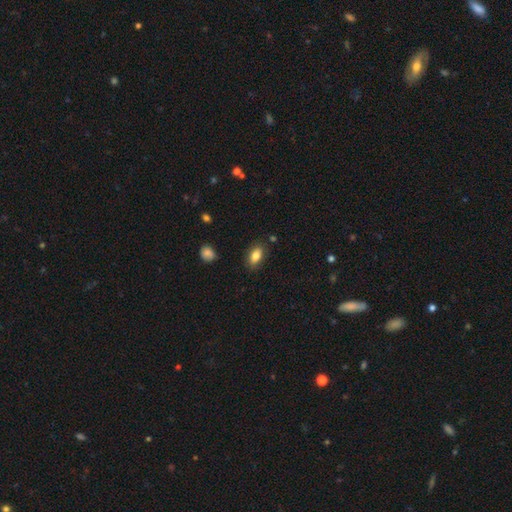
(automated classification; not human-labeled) This is clearly a smooth galaxy (82%). How rounded: clearly in between (90%). Merging: clearly none (84%).